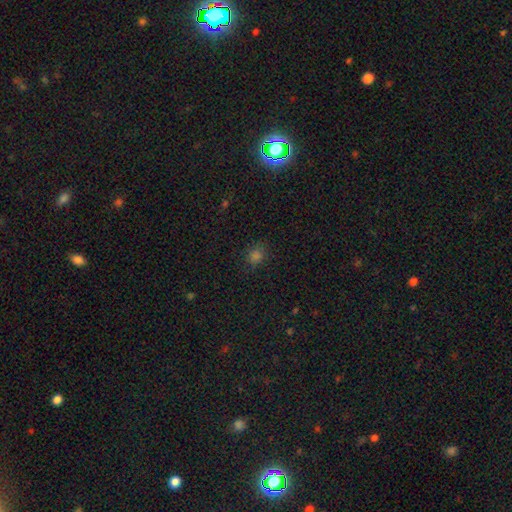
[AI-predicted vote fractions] smooth 69%, star or artifact 26%, featured or disk 5%. Down the decision tree: how rounded — round (62%); merging — none (82%).